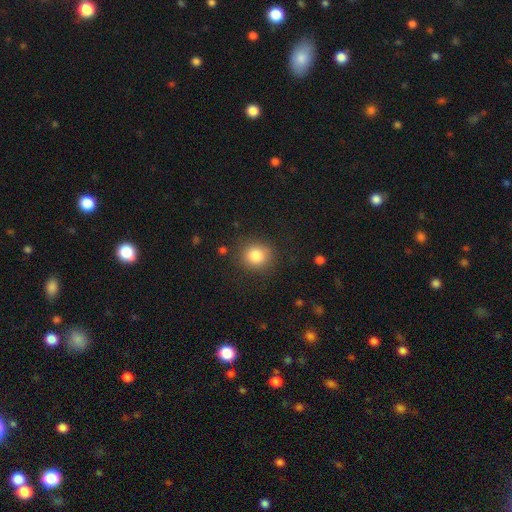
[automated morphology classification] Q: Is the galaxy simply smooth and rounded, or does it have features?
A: smooth — 82%.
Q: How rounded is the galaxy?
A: round — 84%.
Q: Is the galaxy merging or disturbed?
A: none — 84%.